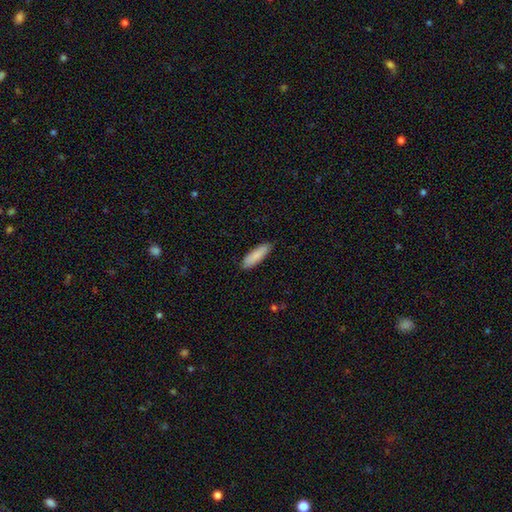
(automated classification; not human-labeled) This appears to be a smooth galaxy with no disk features (86%) that is cigar-shaped (56%). Merging: none (87%).